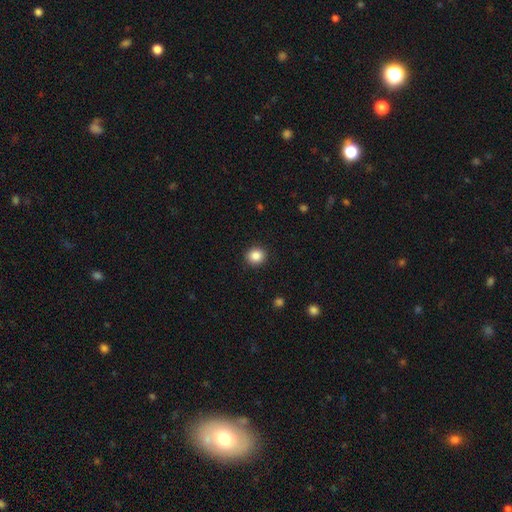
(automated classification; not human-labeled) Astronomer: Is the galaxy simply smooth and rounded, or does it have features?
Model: smooth — 86%.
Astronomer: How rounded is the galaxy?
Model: round — 84%.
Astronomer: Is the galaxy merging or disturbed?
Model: none — 91%.